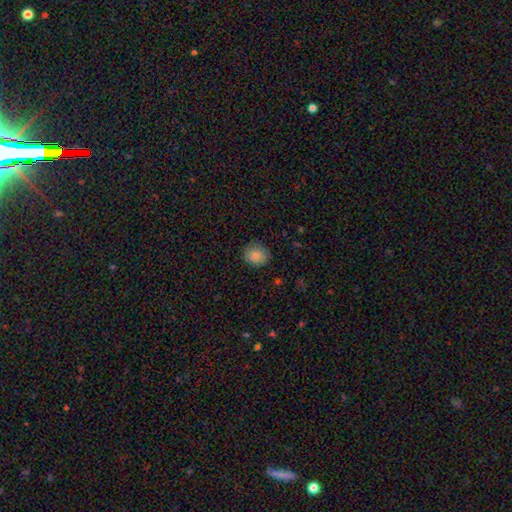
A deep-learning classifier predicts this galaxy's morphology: This appears to be a smooth galaxy with no disk features (81%) that is round (77%). Merging: none (80%).